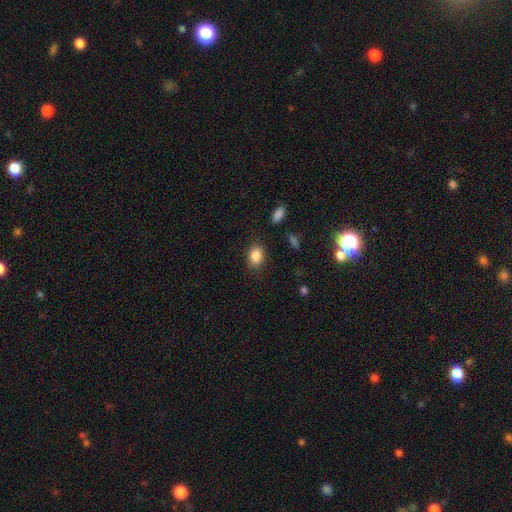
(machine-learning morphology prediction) type=smooth (86%); roundness=in between (75%); merging=none (84%).